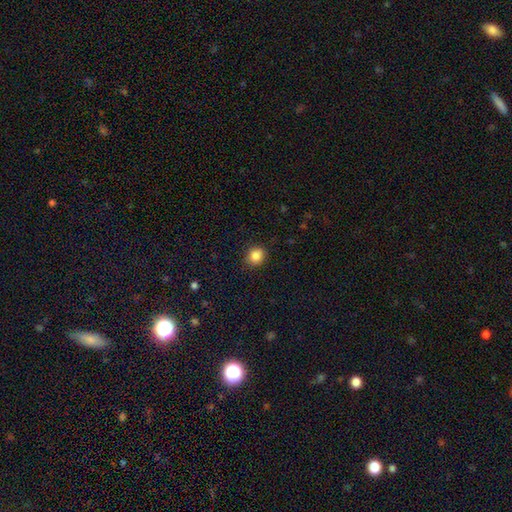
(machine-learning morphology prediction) The model was most divided on "how rounded": round: 74%, in between: 25%, cigar-shaped: 1%. More confident: smooth or featured — smooth (86%); merging — none (86%).